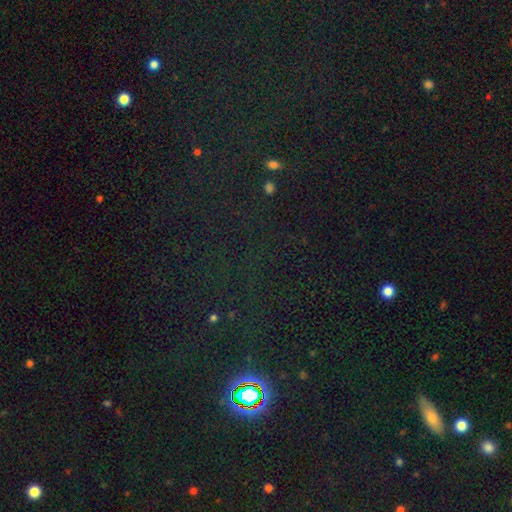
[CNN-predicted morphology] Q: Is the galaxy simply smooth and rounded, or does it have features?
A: star or artifact — 78%.